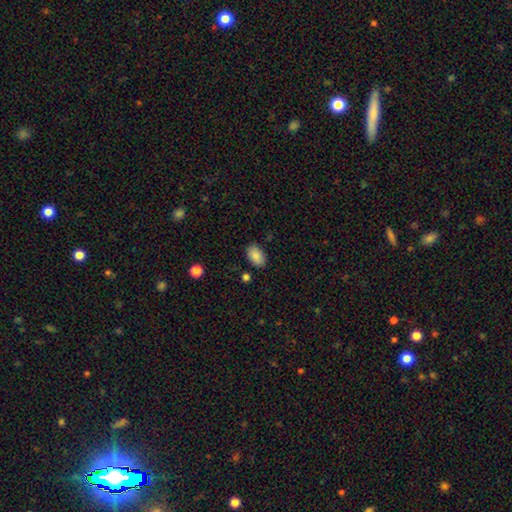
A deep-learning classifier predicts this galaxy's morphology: A smooth galaxy with no disk features (87%) that is in between round and cigar-shaped (91%). Merging: none (83%).